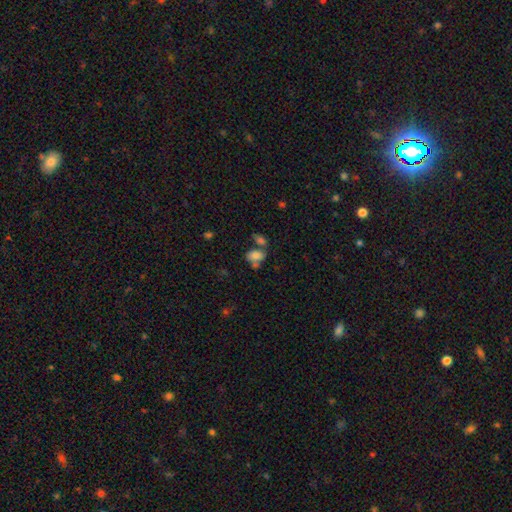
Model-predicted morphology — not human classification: Smooth or featured? smooth (76%)
How rounded? in between (84%)
Merging? merger (39%)